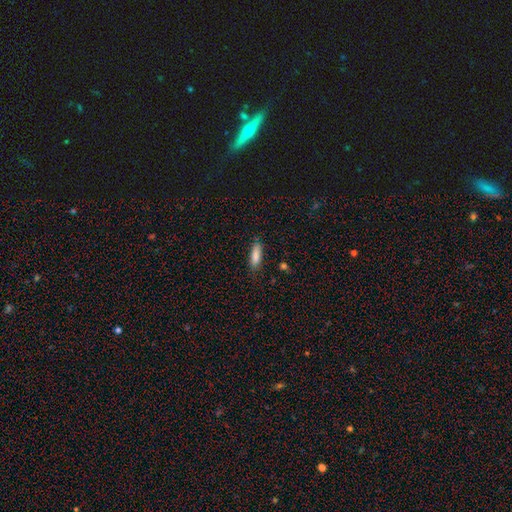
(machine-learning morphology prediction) The model was most divided on "how rounded" (2-way tie): in between: 49%, cigar-shaped: 49%, round: 2%. More confident: smooth or featured — smooth (85%); merging — none (79%).